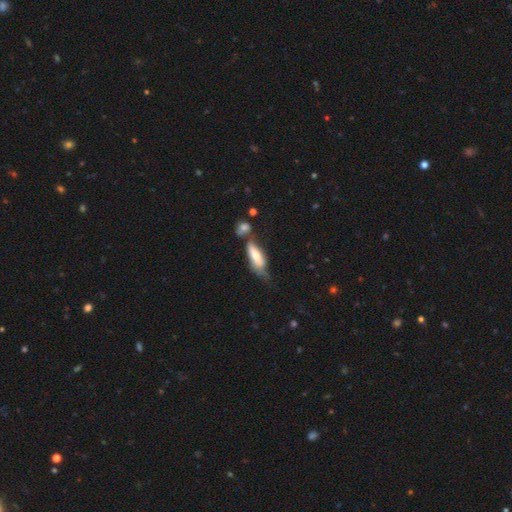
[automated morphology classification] Q: Smooth or featured?
A: smooth (64%); runner-up: featured or disk (29%)
Q: How rounded?
A: in between (58%); runner-up: cigar-shaped (40%)
Q: Merging?
A: none (30%); runner-up: minor disturbance (28%)